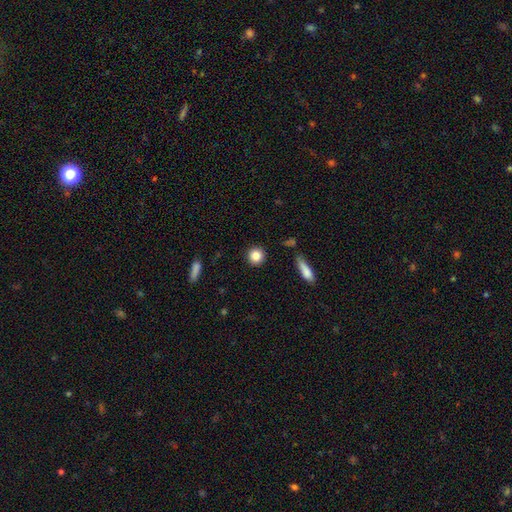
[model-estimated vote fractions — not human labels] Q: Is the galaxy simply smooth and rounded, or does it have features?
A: smooth — 84%.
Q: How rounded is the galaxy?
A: round — 92%.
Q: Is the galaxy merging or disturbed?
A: none — 90%.